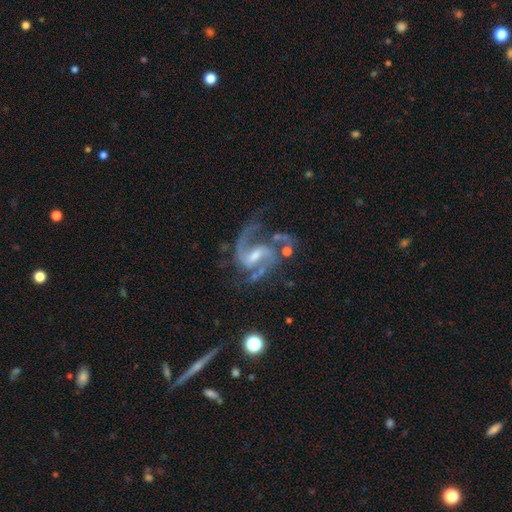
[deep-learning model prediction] Smooth or featured? featured or disk (91%)
Edge-on disk? no (98%)
Bar? weak (55%)
Spiral arms? yes (98%)
Spiral winding? medium (57%)
Spiral arm count? 2 (76%)
Bulge size? small (50%)
Merging? none (51%)